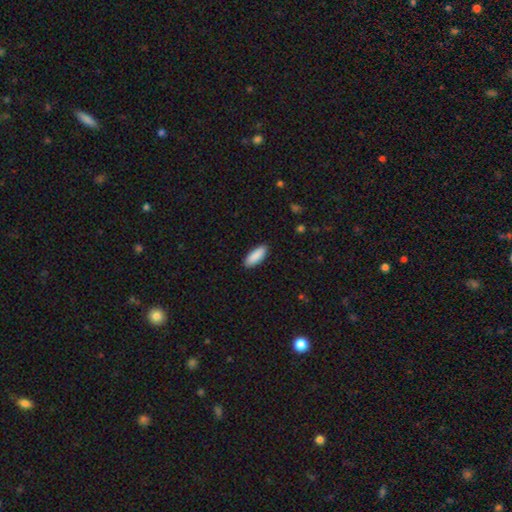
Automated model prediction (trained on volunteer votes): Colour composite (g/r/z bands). It shows a smooth galaxy with no disk features (90%) that is in between round and cigar-shaped (70%). Merging: none (90%).